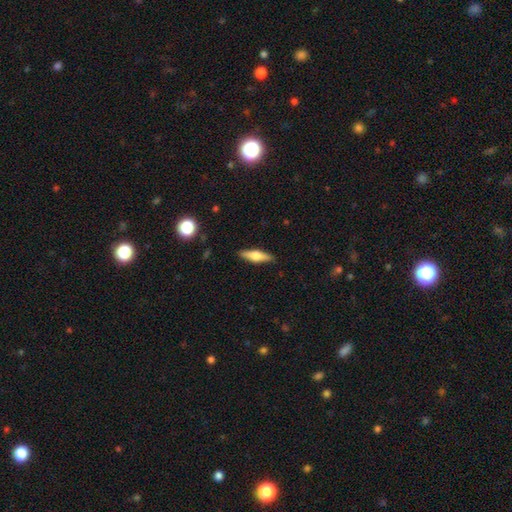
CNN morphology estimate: smooth_or_featured: featured or disk (p=0.50) [alt: smooth p=0.44]
merging: none (p=0.88) [alt: minor disturbance p=0.09]